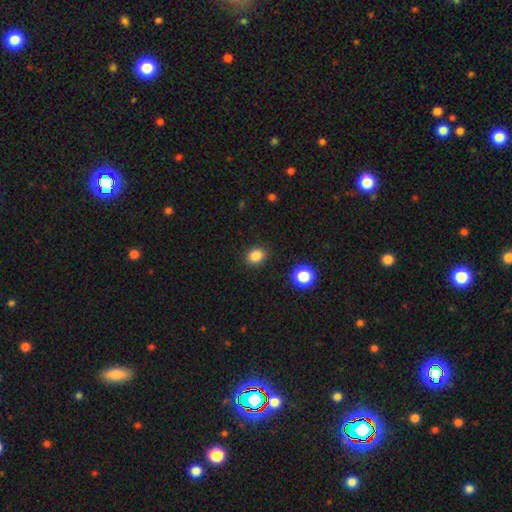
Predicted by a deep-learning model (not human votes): smooth 84%, star or artifact 11%, featured or disk 4%. Down the decision tree: how rounded — round (59%); merging — none (88%).